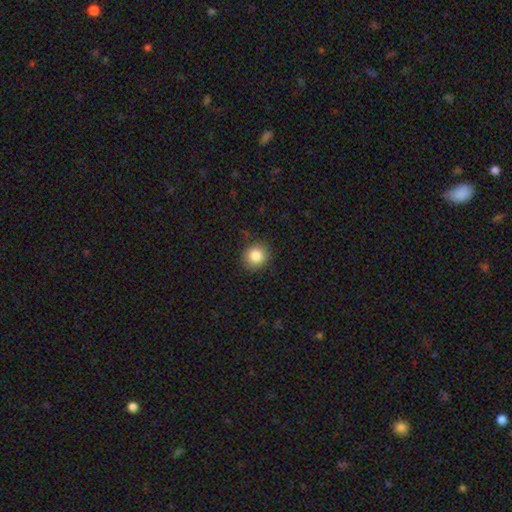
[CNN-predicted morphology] The model was most divided on "smooth or featured": smooth: 85%, star or artifact: 10%, featured or disk: 5%. More confident: merging — none (89%); how rounded — round (87%).